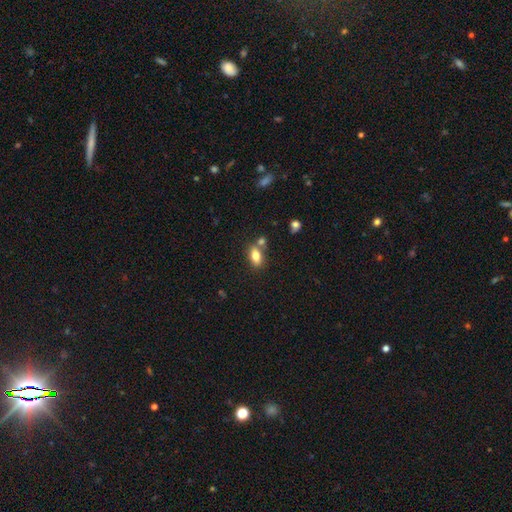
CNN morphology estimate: Smooth or featured: smooth — 81% (featured or disk — 11%)
How rounded: in between — 87% (round — 7%)
Merging: none — 63% (merger — 21%)